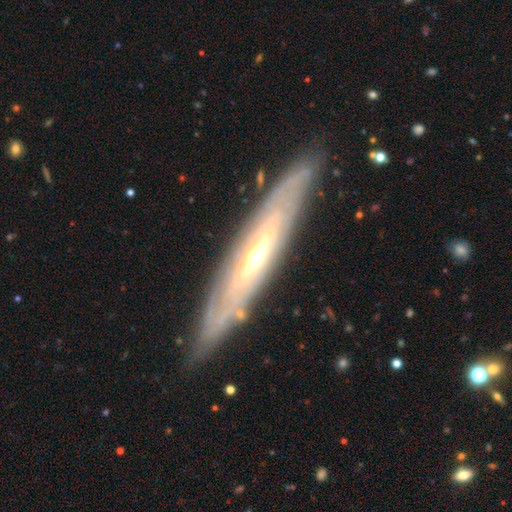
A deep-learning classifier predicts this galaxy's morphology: Smooth or featured? featured or disk (79%)
Edge-on disk? yes (60%)
Merging? none (86%)